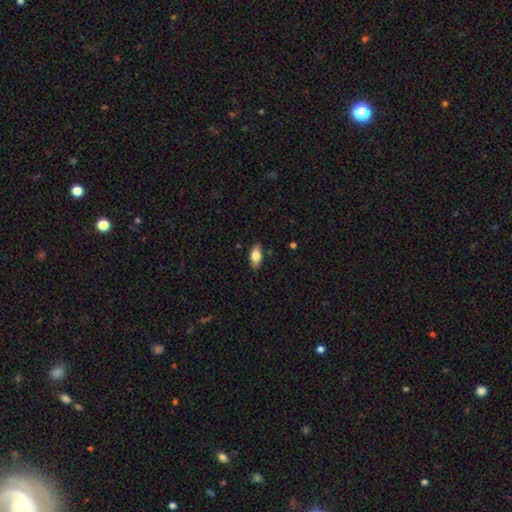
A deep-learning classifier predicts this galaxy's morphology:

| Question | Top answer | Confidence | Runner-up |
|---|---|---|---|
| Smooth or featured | smooth | 81% | featured or disk (12%) |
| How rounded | in between | 89% | cigar-shaped (7%) |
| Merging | none | 84% | minor disturbance (12%) |